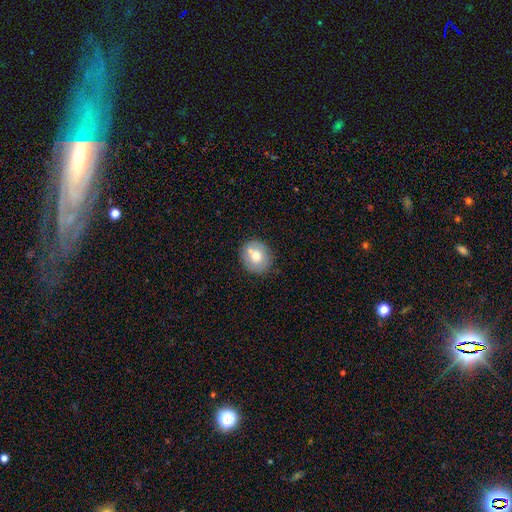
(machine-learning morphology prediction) A smooth galaxy with no disk features (70%) that is round (69%).

Vote fractions:
- Smooth or featured? smooth: 70% / featured or disk: 22% / star or artifact: 8%
- How rounded? round: 69% / in between: 30% / cigar-shaped: 1%
- Merging? none: 71% / minor disturbance: 15% / merger: 10% / major disturbance: 4%